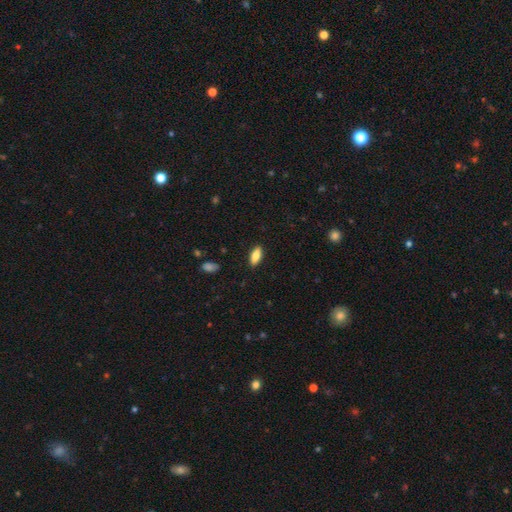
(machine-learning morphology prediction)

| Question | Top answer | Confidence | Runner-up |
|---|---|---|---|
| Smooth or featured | smooth | 83% | featured or disk (11%) |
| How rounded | in between | 77% | cigar-shaped (20%) |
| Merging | none | 88% | minor disturbance (8%) |